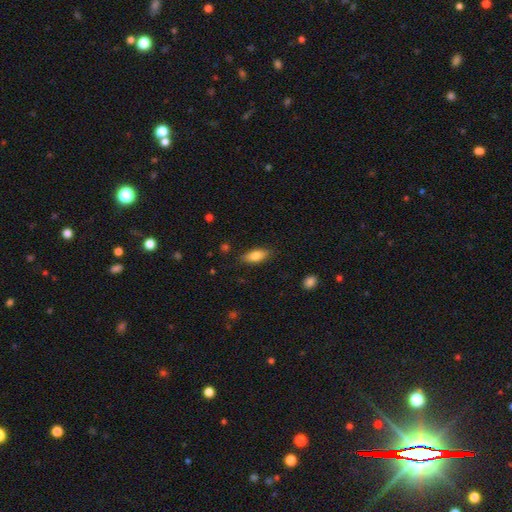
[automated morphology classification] Q: Smooth or featured?
A: smooth (80%); runner-up: featured or disk (13%)
Q: How rounded?
A: in between (79%); runner-up: cigar-shaped (18%)
Q: Merging?
A: none (84%); runner-up: minor disturbance (12%)